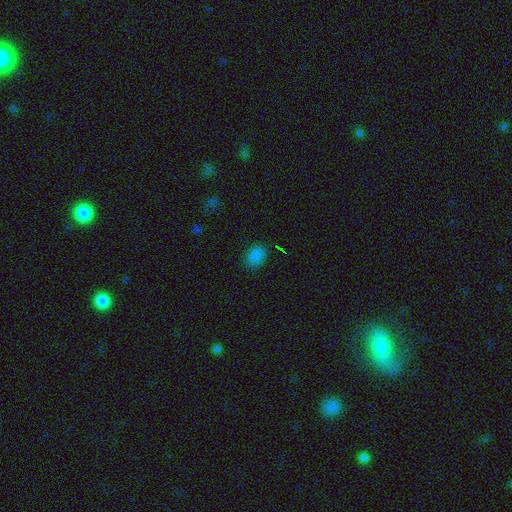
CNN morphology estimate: smooth_or_featured: smooth (p=0.81) [alt: star or artifact p=0.16]
how_rounded: in between (p=0.68) [alt: round p=0.31]
merging: none (p=0.81) [alt: minor disturbance p=0.14]